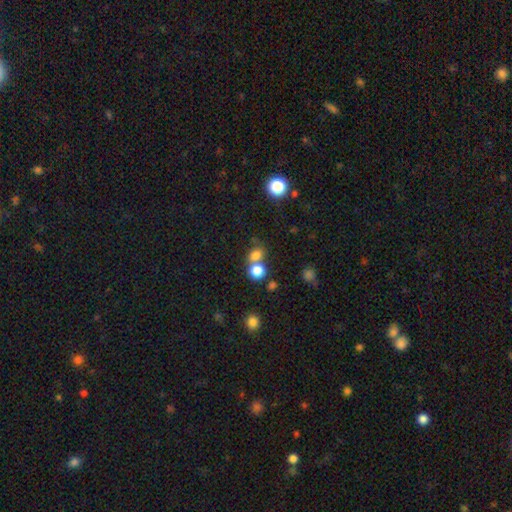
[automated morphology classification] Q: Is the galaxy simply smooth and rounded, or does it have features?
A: smooth — 78%.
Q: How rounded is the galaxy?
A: round — 67%.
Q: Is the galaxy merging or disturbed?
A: merger — 44%, tied with none.